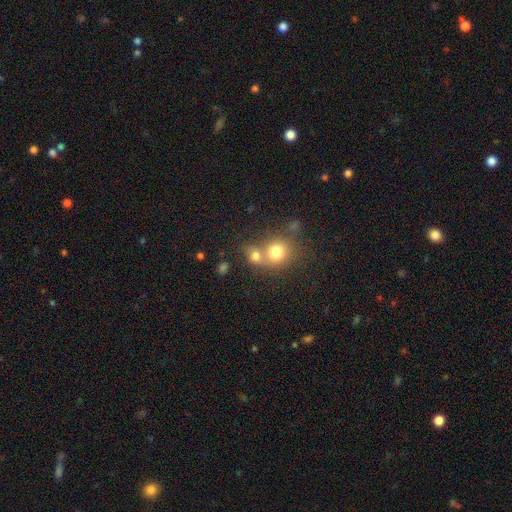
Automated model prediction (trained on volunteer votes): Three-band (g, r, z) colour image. It shows a smooth galaxy with no disk features (75%) that is round (68%). Merging: merger (55%).